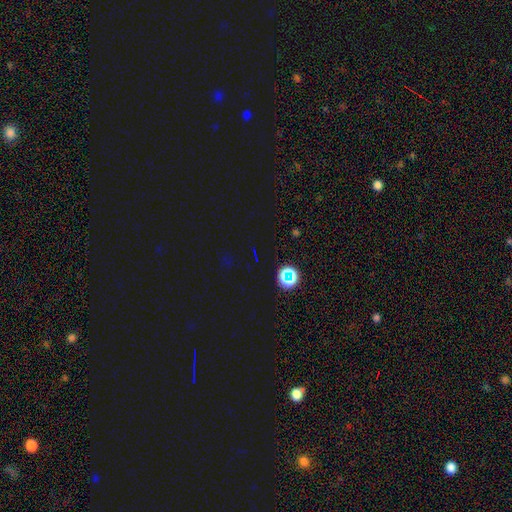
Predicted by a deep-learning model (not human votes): Morphology: type=star or artifact (75%).